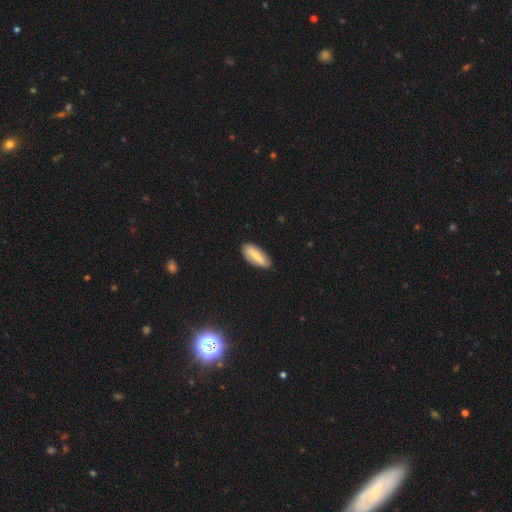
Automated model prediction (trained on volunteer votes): A smooth galaxy with no disk features (66%) that is in between round and cigar-shaped (79%). Merging: none (83%).